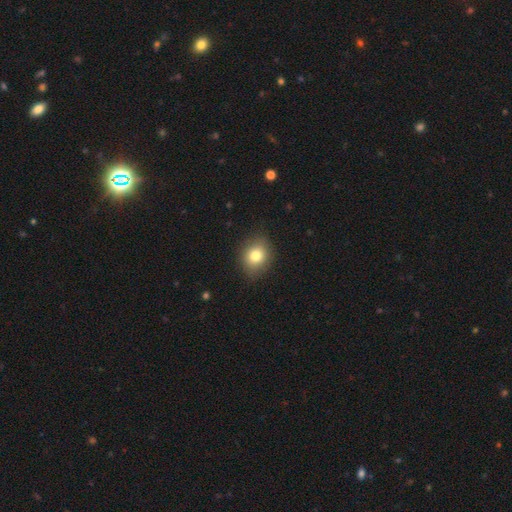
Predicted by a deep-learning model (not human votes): Overall: smooth (80%). How rounded: round (56%; in between 43%). Merging: none (86%).